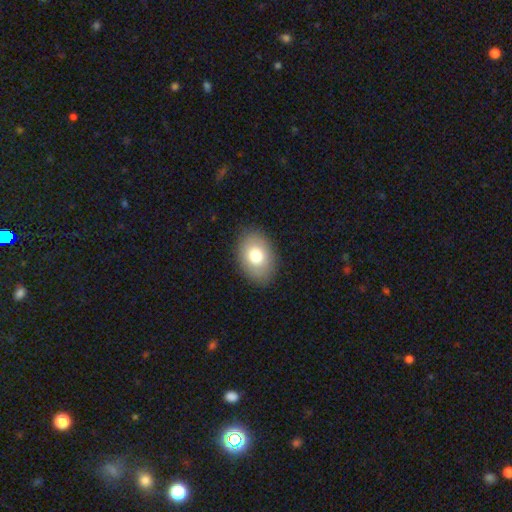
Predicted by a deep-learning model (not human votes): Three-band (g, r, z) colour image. It shows a smooth galaxy with no disk features (76%) that is in between round and cigar-shaped (77%). Merging: none (87%).